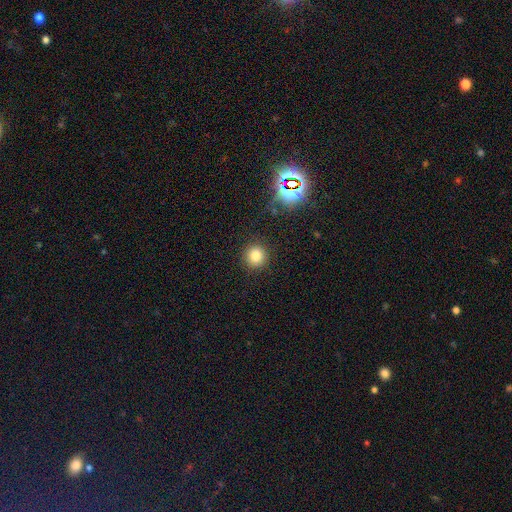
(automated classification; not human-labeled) A smooth galaxy with no disk features (79%) that is round (93%). Merging: none (90%).